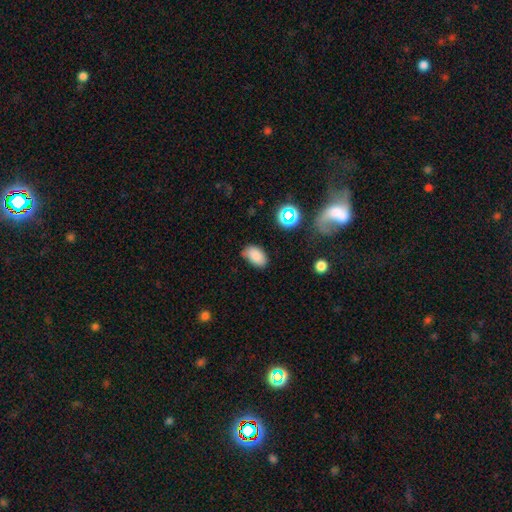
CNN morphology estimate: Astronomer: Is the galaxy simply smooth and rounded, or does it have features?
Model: smooth — 83%.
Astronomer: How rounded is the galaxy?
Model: in between — 91%.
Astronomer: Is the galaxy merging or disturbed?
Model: none — 69%.